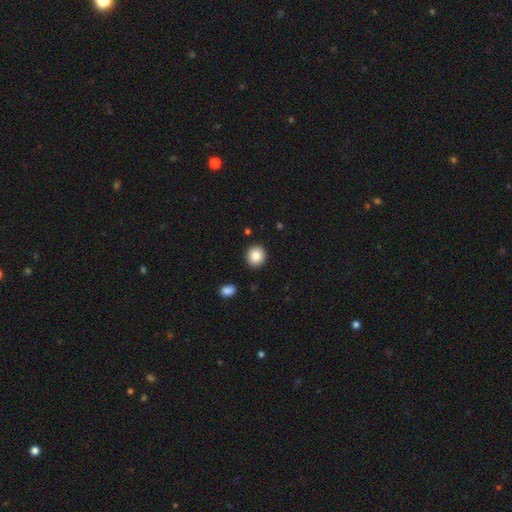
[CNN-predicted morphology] smooth-or-featured: smooth: 87% | star or artifact: 8% | featured or disk: 5%
  how-rounded: round: 85% | in between: 14% | cigar-shaped: 1%
  merging: none: 90% | minor disturbance: 7% | major disturbance: 2% | merger: 2%